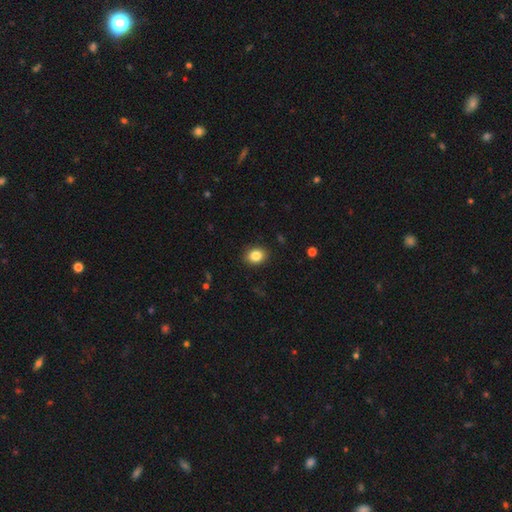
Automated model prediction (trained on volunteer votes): This appears to be a smooth galaxy with no disk features (85%) that is round (56%). Merging: none (90%).